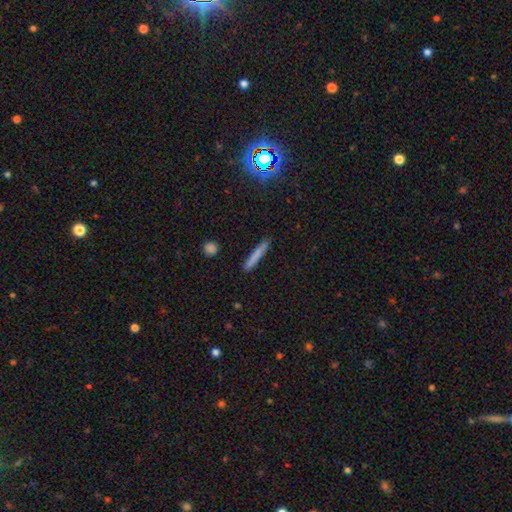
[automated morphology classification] The model was most divided on "smooth or featured": smooth: 77%, featured or disk: 16%, star or artifact: 7%. More confident: how rounded — cigar-shaped (95%); merging — none (89%).